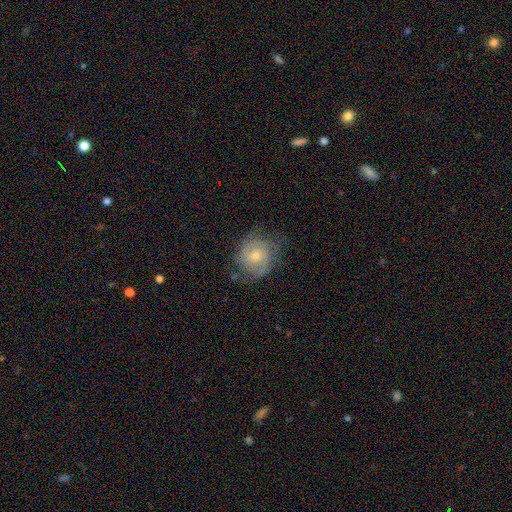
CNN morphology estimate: type=featured or disk (69%); edge-on=no (98%); bar=no (63%); spiral arms=yes (90%); winding=tight (48%); arm count=2 (57%); bulge=small (51%); merging=none (65%).